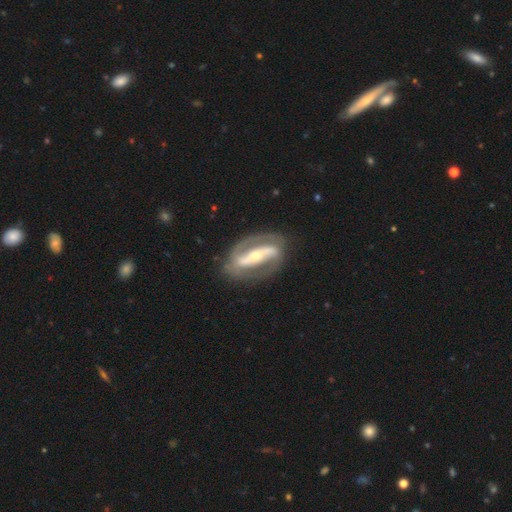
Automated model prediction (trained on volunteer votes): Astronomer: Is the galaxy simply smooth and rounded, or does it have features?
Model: featured or disk — 87%.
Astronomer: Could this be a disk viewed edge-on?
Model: no — 92%.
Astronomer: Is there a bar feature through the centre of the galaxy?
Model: strong — 75%.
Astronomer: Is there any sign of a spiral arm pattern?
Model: yes — 87%.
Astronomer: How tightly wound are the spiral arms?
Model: medium — 43% (runner-up: tight, 38%).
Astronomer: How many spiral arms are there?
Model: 2 — 88%.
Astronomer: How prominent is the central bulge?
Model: small — 50% (runner-up: moderate, 45%).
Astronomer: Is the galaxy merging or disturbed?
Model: none — 80%.